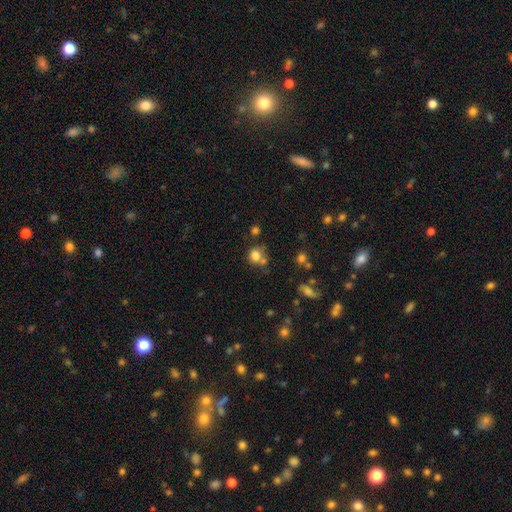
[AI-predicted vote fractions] smooth-or-featured: smooth: 78% | star or artifact: 13% | featured or disk: 9%
  how-rounded: round: 77% | in between: 22% | cigar-shaped: 1%
  merging: none: 49% | merger: 28% | minor disturbance: 16% | major disturbance: 7%